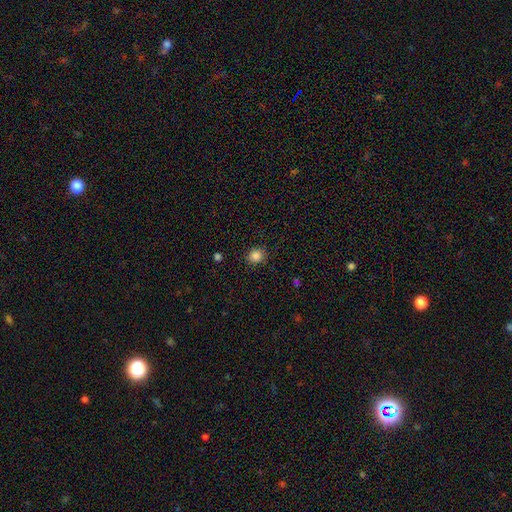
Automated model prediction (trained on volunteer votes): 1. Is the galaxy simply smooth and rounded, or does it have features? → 86% smooth, 11% star or artifact, 3% featured or disk.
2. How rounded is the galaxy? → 79% round, 20% in between, 1% cigar-shaped.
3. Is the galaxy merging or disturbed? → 88% none, 8% minor disturbance, 3% major disturbance, 1% merger.